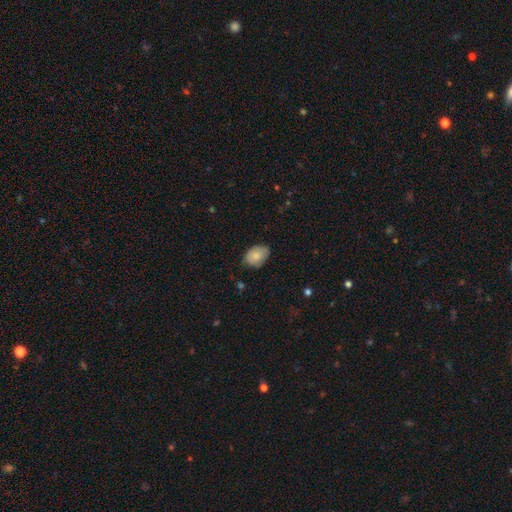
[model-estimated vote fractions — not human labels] A smooth galaxy with no disk features (84%) that is in between round and cigar-shaped (84%).

Vote fractions:
- Smooth or featured? smooth: 84% / featured or disk: 9% / star or artifact: 7%
- How rounded? in between: 84% / round: 15% / cigar-shaped: 1%
- Merging? none: 74% / minor disturbance: 22% / major disturbance: 3% / merger: 1%